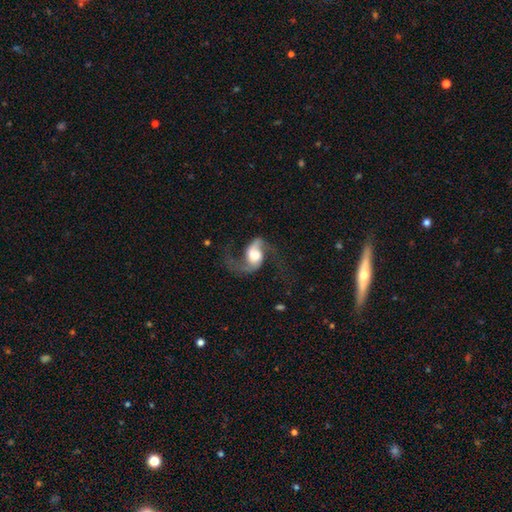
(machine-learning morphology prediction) type=featured or disk (85%); edge-on=no (97%); bar=no (42%); spiral arms=yes (96%); winding=loose (71%); arm count=2 (92%); bulge=large (38%); merging=none (61%).